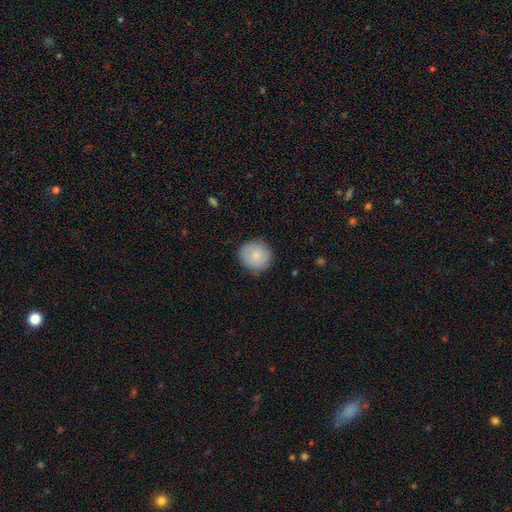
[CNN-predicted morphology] smooth 80%, featured or disk 13%, star or artifact 6%. Down the decision tree: how rounded — round (91%); merging — none (85%).